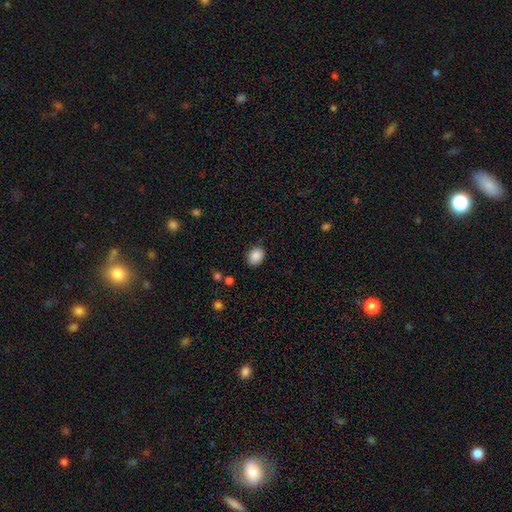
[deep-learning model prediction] A smooth galaxy with no disk features (88%) that is in between round and cigar-shaped (56%).

Vote fractions:
- Smooth or featured? smooth: 88% / star or artifact: 8% / featured or disk: 4%
- How rounded? in between: 56% / round: 44% / cigar-shaped: 1%
- Merging? none: 84% / minor disturbance: 12% / major disturbance: 3% / merger: 2%